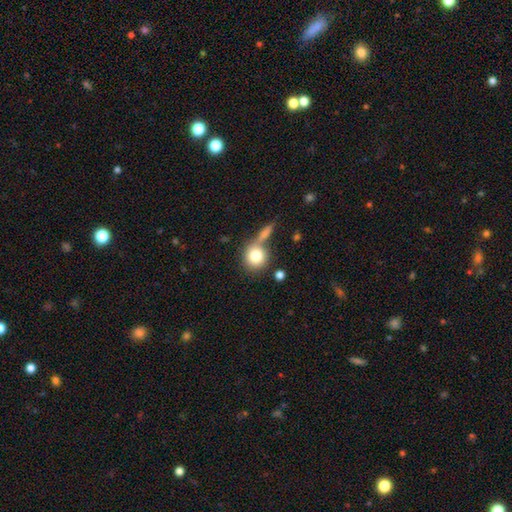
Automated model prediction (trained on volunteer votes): Overall: smooth (81%). How rounded: round (86%). Merging: none (52%; merger 30%).